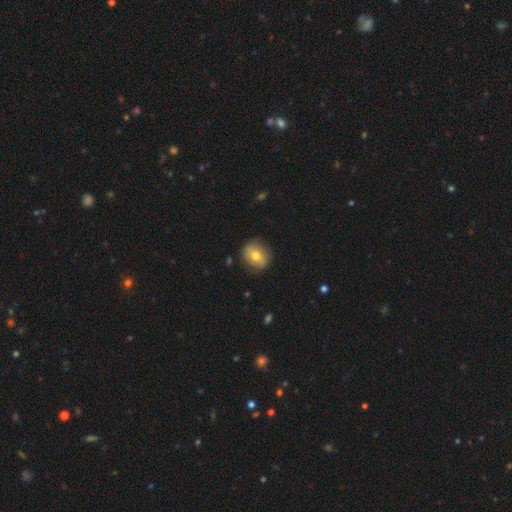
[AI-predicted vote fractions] Morphology: type=smooth (66%); roundness=round (71%); merging=none (81%).